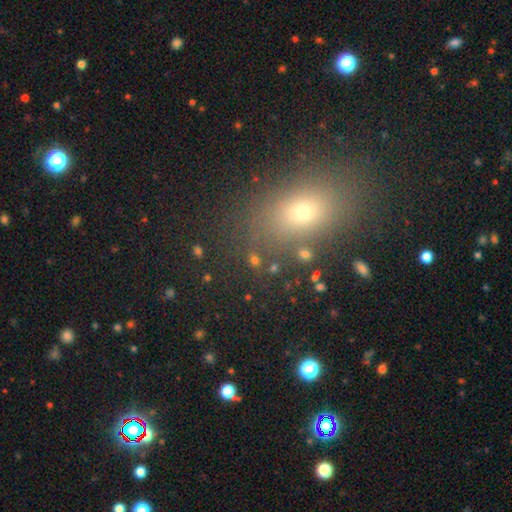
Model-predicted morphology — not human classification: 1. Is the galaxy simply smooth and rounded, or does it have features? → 66% smooth, 23% star or artifact, 12% featured or disk.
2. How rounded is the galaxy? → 71% in between, 25% round, 4% cigar-shaped.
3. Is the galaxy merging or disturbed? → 83% none, 9% minor disturbance, 4% major disturbance, 3% merger.